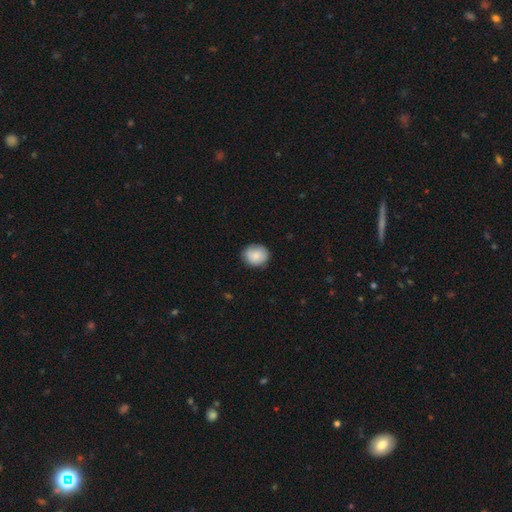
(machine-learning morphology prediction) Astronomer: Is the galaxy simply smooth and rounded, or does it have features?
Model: smooth — 85%.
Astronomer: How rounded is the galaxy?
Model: round — 71%.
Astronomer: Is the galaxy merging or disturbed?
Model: none — 82%.